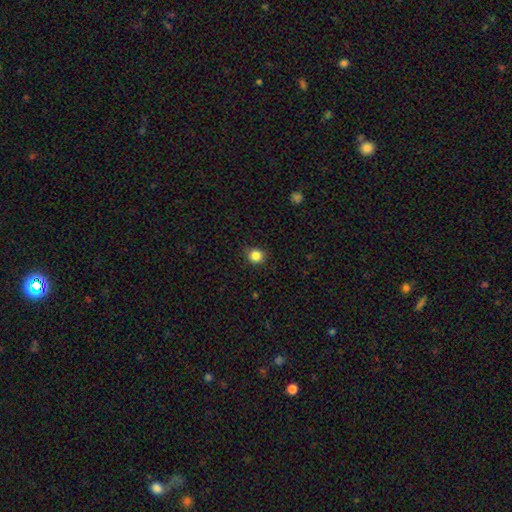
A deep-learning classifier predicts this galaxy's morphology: A smooth galaxy with no disk features (85%) that is round (85%). Merging: none (86%).